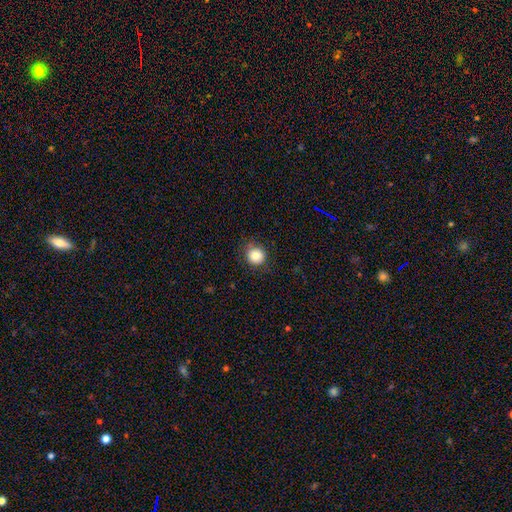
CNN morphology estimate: This is clearly a smooth galaxy (82%). How rounded: clearly round (90%). Merging: clearly none (83%).